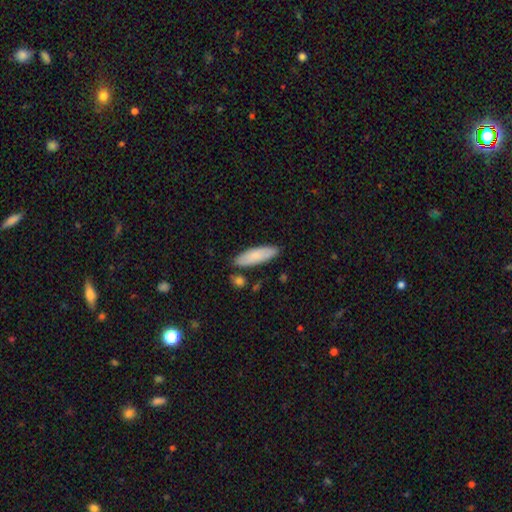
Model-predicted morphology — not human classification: Q: Smooth or featured?
A: smooth (83%); runner-up: featured or disk (12%)
Q: How rounded?
A: cigar-shaped (50%); runner-up: in between (48%)
Q: Merging?
A: none (83%); runner-up: minor disturbance (11%)